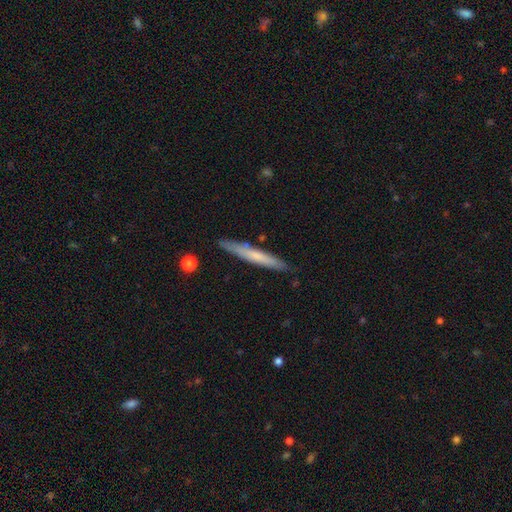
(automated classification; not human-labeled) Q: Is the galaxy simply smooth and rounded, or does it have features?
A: smooth — 59%.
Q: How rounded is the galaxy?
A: cigar-shaped — 95%.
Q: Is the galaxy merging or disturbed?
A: none — 85%.